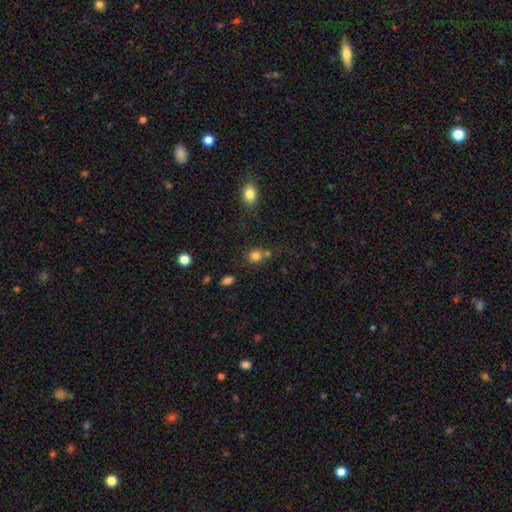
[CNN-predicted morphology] Smooth or featured? smooth (80%)
How rounded? round (78%)
Merging? none (59%)